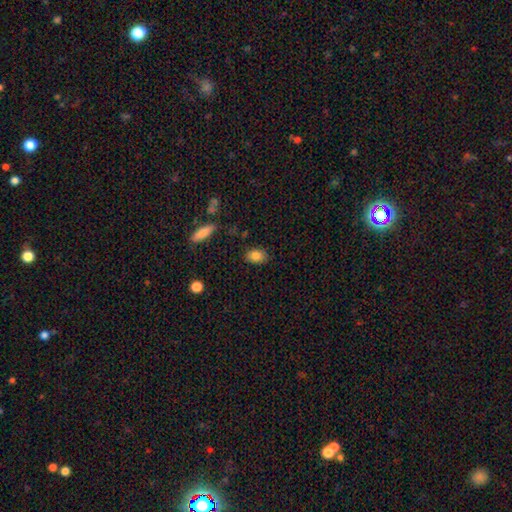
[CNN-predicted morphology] This is clearly a smooth galaxy (84%). How rounded: clearly in between (81%). Merging: clearly none (83%).